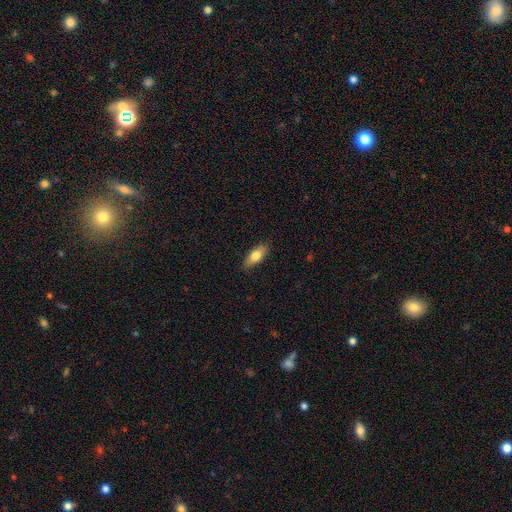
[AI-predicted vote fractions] Q: Smooth or featured?
A: smooth (73%); runner-up: featured or disk (20%)
Q: How rounded?
A: in between (72%); runner-up: cigar-shaped (25%)
Q: Merging?
A: none (86%); runner-up: minor disturbance (11%)